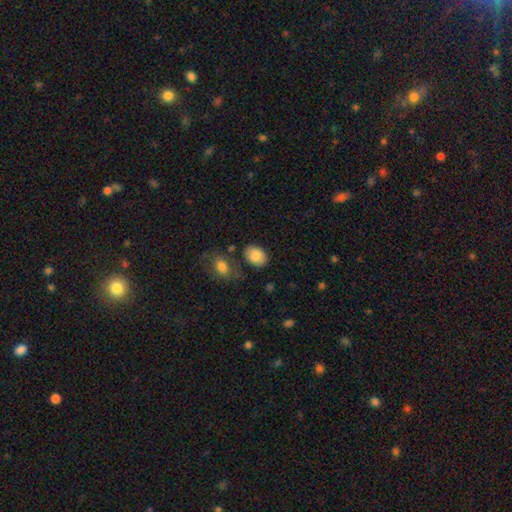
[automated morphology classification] Smooth or featured?
  - smooth: 87% *
  - star or artifact: 7%
  - featured or disk: 6%
How rounded?
  - in between: 75% *
  - round: 24%
  - cigar-shaped: 1%
Merging?
  - none: 76% *
  - minor disturbance: 15%
  - merger: 6%
  - major disturbance: 4%